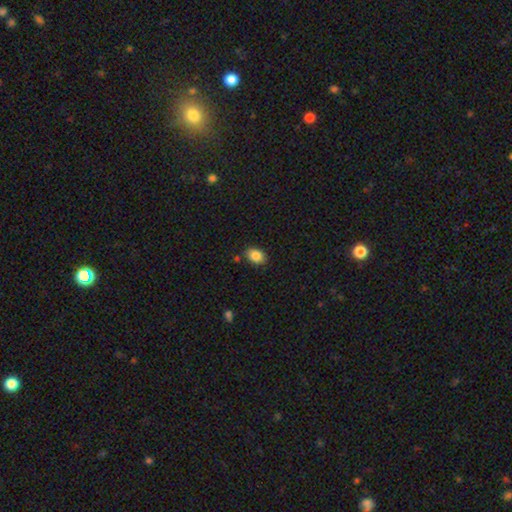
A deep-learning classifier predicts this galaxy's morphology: Smooth or featured? Predicted: smooth (p=0.86). How rounded? Predicted: in between (p=0.80). Merging? Predicted: none (p=0.83).